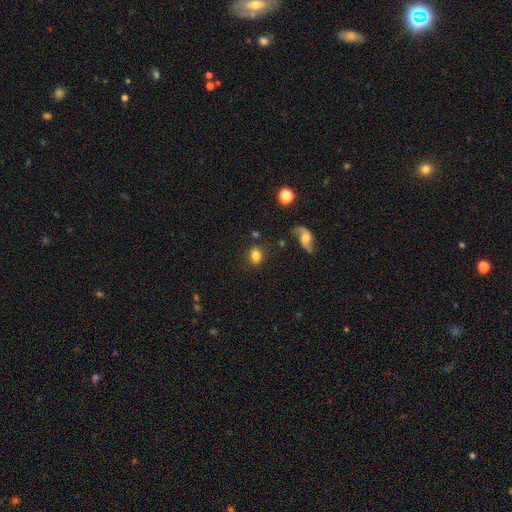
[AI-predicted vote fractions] Smooth or featured? smooth (77%)
How rounded? in between (58%)
Merging? none (75%)